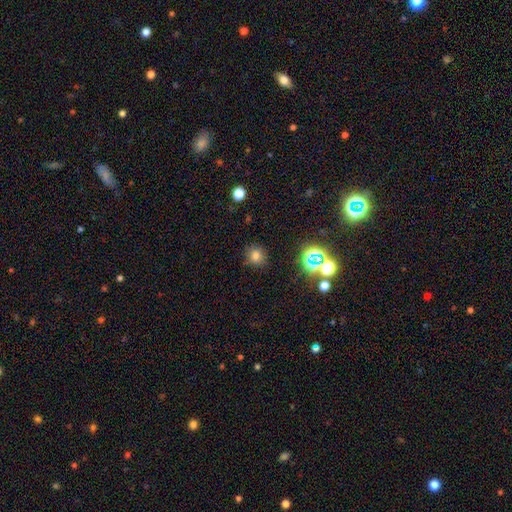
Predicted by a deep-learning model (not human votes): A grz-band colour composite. It shows a smooth galaxy with no disk features (71%) that is round (86%). Merging: none (86%).